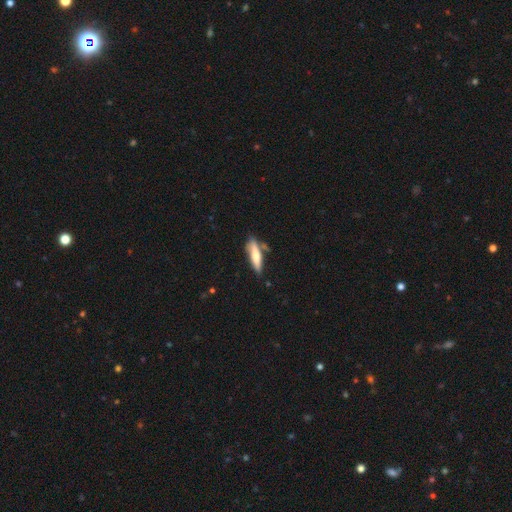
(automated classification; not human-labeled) smooth_or_featured: smooth (p=0.68) [alt: featured or disk p=0.26]
how_rounded: cigar-shaped (p=0.73) [alt: in between p=0.26]
merging: none (p=0.64) [alt: minor disturbance p=0.20]